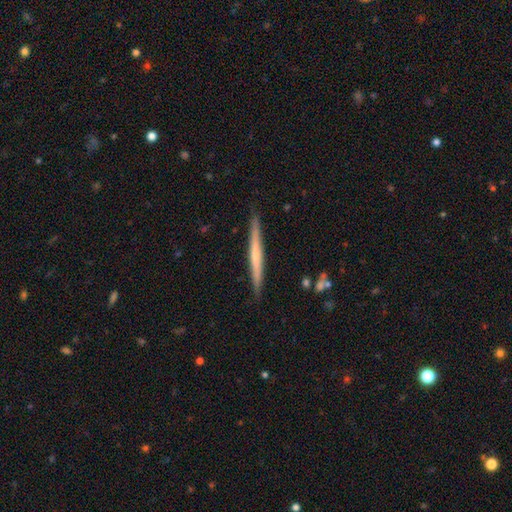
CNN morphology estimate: Q: Smooth or featured?
A: featured or disk (52%); runner-up: smooth (42%)
Q: Edge-on disk?
A: yes (97%); runner-up: no (3%)
Q: Edge-on bulge?
A: none (71%); runner-up: rounded (23%)
Q: Merging?
A: none (90%); runner-up: minor disturbance (7%)